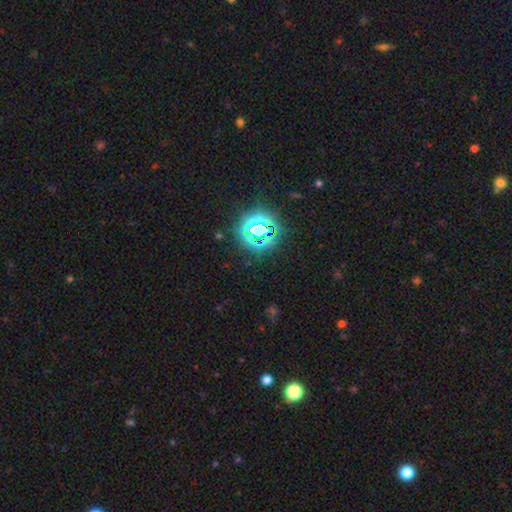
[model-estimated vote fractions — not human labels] Q: Smooth or featured?
A: star or artifact (80%); runner-up: smooth (15%)